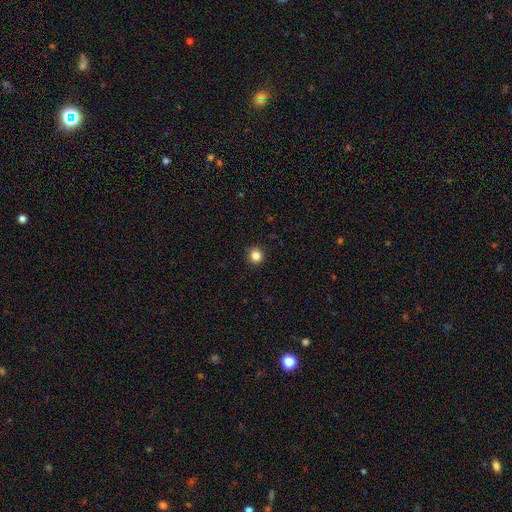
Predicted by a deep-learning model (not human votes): Q: Smooth or featured?
A: smooth (84%); runner-up: star or artifact (12%)
Q: How rounded?
A: round (91%); runner-up: in between (9%)
Q: Merging?
A: none (91%); runner-up: minor disturbance (6%)